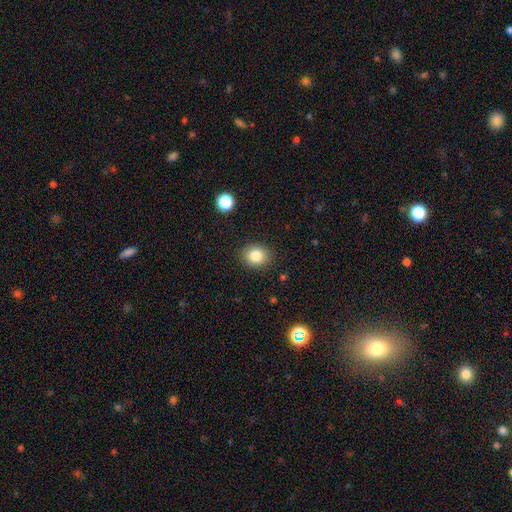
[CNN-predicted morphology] This appears to be a smooth galaxy with no disk features (84%) that is round (64%). Merging: none (88%).